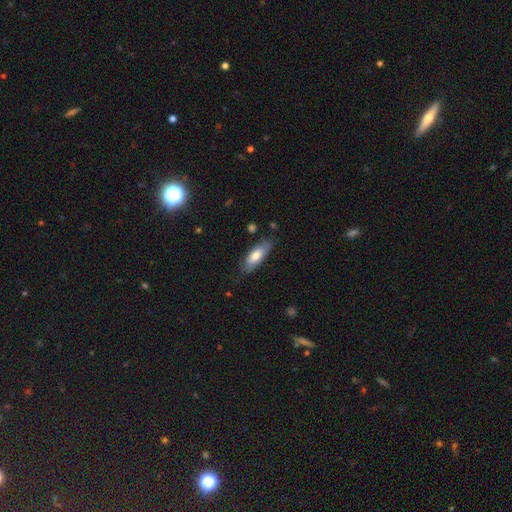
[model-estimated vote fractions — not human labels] Smooth or featured? Predicted: smooth (p=0.69). How rounded? Predicted: in between (p=0.68). Merging? Predicted: none (p=0.78).